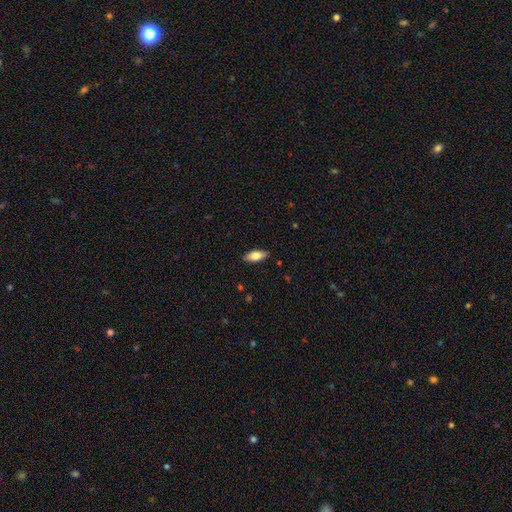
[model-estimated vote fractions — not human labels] Overall: smooth (77%). How rounded: in between (81%). Merging: none (88%).